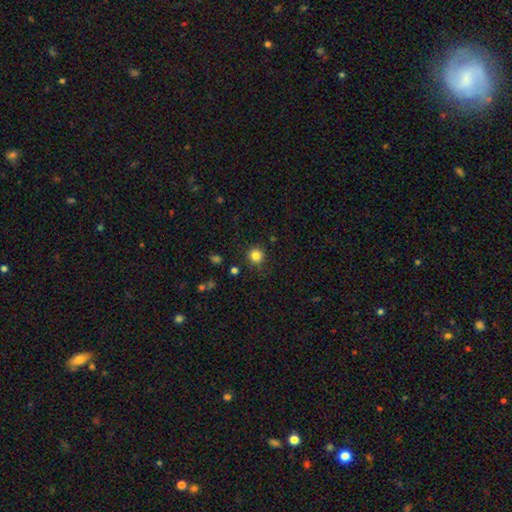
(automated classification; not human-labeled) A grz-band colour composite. It shows a smooth galaxy with no disk features (84%) that is round (94%). Merging: none (85%).